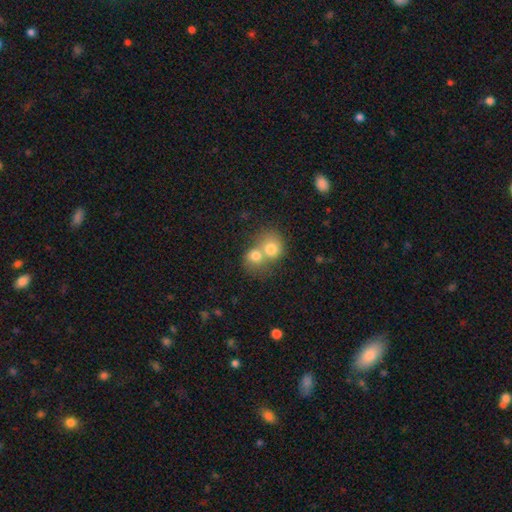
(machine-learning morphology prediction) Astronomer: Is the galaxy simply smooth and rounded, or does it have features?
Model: smooth — 75%.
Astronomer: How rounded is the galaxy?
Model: round — 70%.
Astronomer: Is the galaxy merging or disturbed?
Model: merger — 71%.